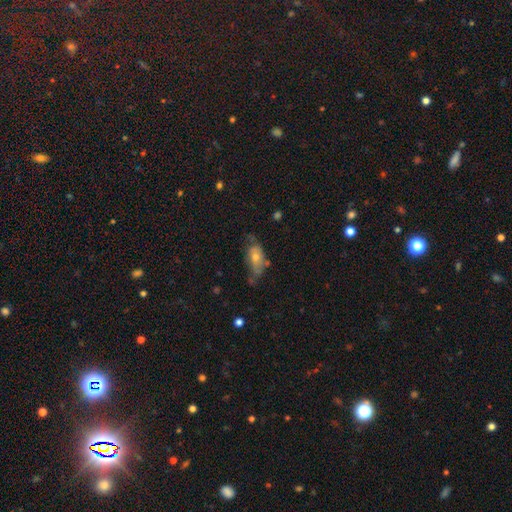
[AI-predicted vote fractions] Morphology: type=smooth (47%); merging=none (41%).